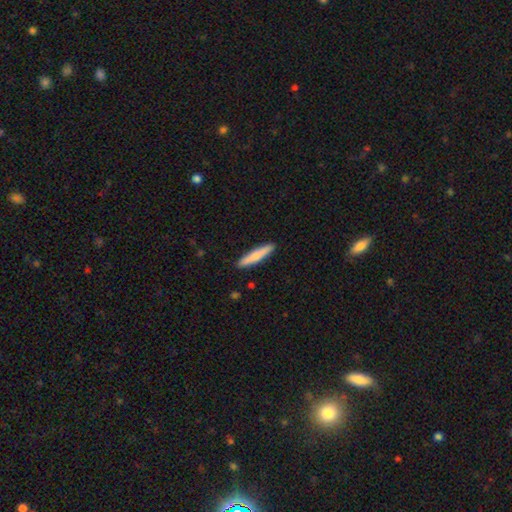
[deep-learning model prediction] A smooth galaxy with no disk features (74%) that is cigar-shaped (90%).

Vote fractions:
- Smooth or featured? smooth: 74% / featured or disk: 21% / star or artifact: 5%
- How rounded? cigar-shaped: 90% / in between: 8% / round: 1%
- Merging? none: 91% / minor disturbance: 7% / major disturbance: 1% / merger: 1%